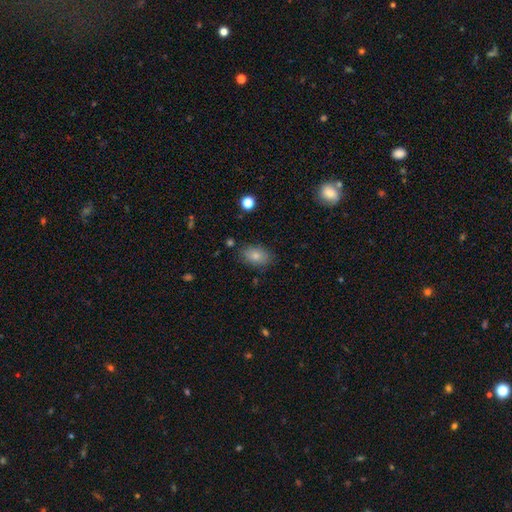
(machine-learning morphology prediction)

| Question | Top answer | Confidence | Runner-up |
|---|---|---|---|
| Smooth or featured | smooth | 81% | featured or disk (11%) |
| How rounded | in between | 86% | round (13%) |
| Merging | none | 80% | minor disturbance (15%) |